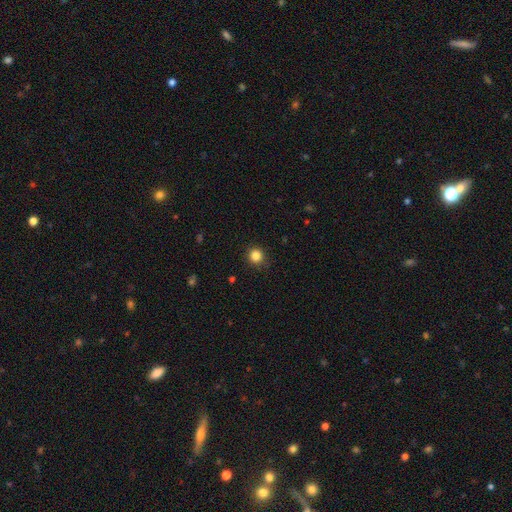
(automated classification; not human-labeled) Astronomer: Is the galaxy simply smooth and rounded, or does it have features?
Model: smooth — 85%.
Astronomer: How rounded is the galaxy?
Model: round — 92%.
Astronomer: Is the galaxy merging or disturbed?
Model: none — 88%.